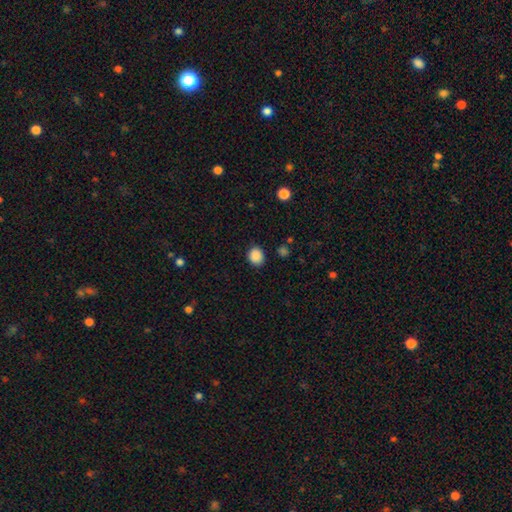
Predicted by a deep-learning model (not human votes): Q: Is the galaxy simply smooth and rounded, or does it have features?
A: smooth — 88%.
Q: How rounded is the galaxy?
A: round — 68%.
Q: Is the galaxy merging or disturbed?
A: none — 86%.